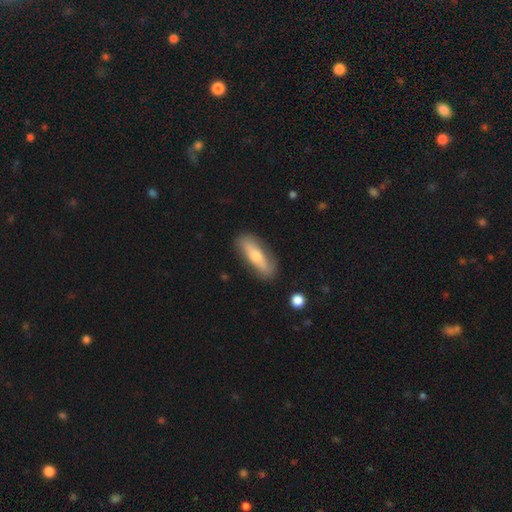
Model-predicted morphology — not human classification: Overall: smooth (55%; featured or disk 39%). How rounded: cigar-shaped (54%; in between 44%). Merging: none (81%).